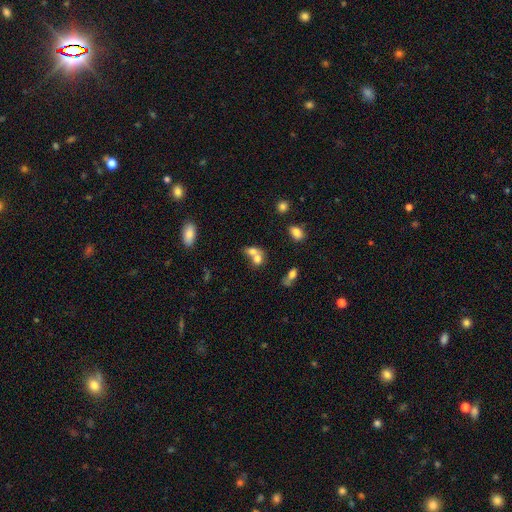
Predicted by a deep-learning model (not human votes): A smooth galaxy with no disk features (69%) that is round (51%).

Vote fractions:
- Smooth or featured? smooth: 69% / featured or disk: 19% / star or artifact: 13%
- How rounded? round: 51% / in between: 47% / cigar-shaped: 2%
- Merging? merger: 67% / none: 23% / minor disturbance: 6% / major disturbance: 4%